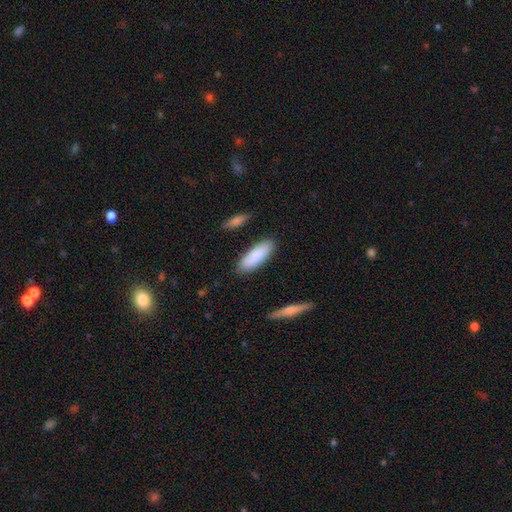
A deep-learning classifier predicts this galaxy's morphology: Smooth or featured? smooth (86%)
How rounded? in between (65%)
Merging? none (85%)